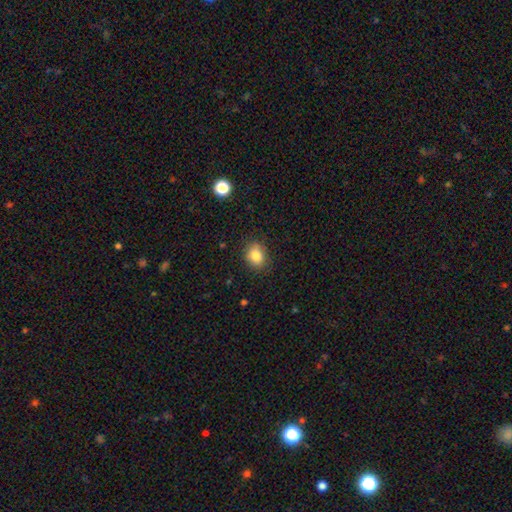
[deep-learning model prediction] This is clearly a smooth galaxy (84%). How rounded: possibly in between (55%). Merging: clearly none (83%).